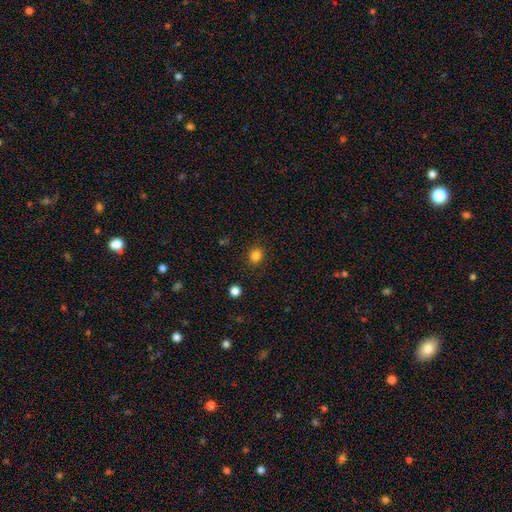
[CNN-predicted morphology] smooth_or_featured: smooth (p=0.83) [alt: star or artifact p=0.12]
how_rounded: round (p=0.77) [alt: in between p=0.22]
merging: none (p=0.89) [alt: minor disturbance p=0.07]